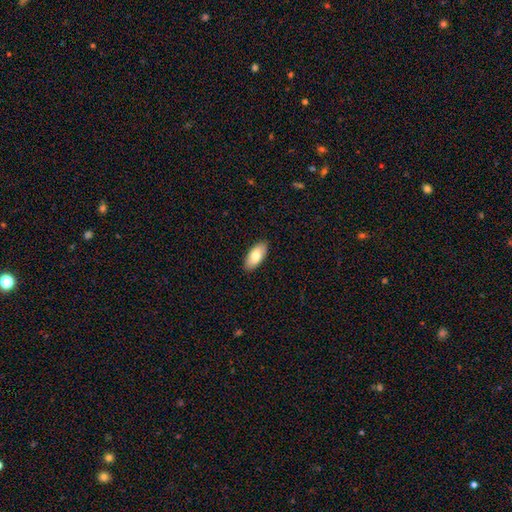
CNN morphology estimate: Smooth or featured?
  - smooth: 80% *
  - featured or disk: 14%
  - star or artifact: 6%
How rounded?
  - in between: 91% *
  - cigar-shaped: 7%
  - round: 2%
Merging?
  - none: 90% *
  - minor disturbance: 8%
  - major disturbance: 2%
  - merger: 1%